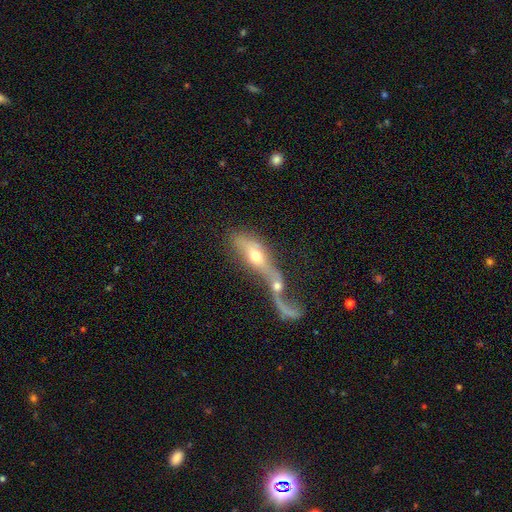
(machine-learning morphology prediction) Q: Smooth or featured?
A: featured or disk (52%); runner-up: smooth (39%)
Q: Edge-on disk?
A: no (63%); runner-up: yes (37%)
Q: Merging?
A: merger (70%); runner-up: major disturbance (13%)